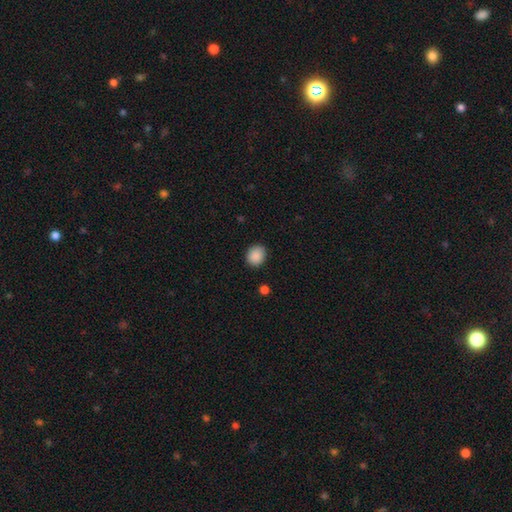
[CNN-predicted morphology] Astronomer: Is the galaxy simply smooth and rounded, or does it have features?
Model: smooth — 89%.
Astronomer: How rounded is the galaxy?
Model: round — 68%.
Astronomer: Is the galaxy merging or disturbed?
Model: none — 86%.